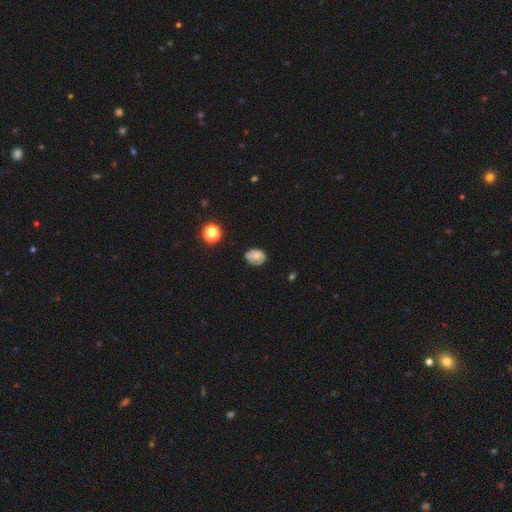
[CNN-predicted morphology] type=smooth (69%); roundness=in between (62%); merging=none (64%).